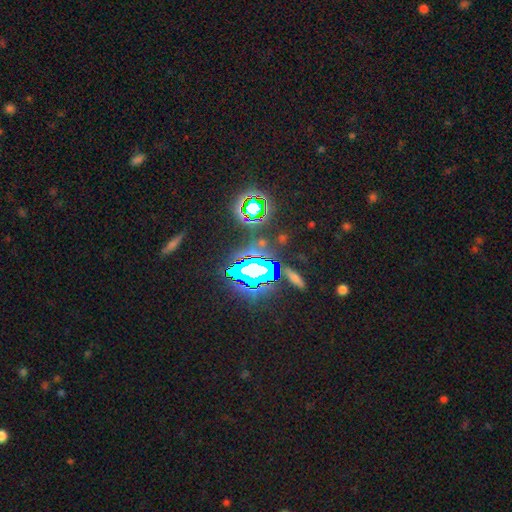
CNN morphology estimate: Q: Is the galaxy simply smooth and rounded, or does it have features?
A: star or artifact — 83%.